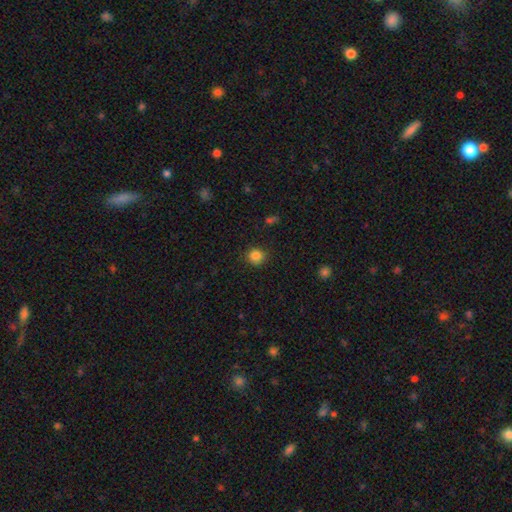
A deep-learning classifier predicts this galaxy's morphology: Smooth or featured?
  - smooth: 85% *
  - star or artifact: 11%
  - featured or disk: 4%
How rounded?
  - round: 88% *
  - in between: 11%
  - cigar-shaped: 1%
Merging?
  - none: 88% *
  - minor disturbance: 8%
  - major disturbance: 2%
  - merger: 1%